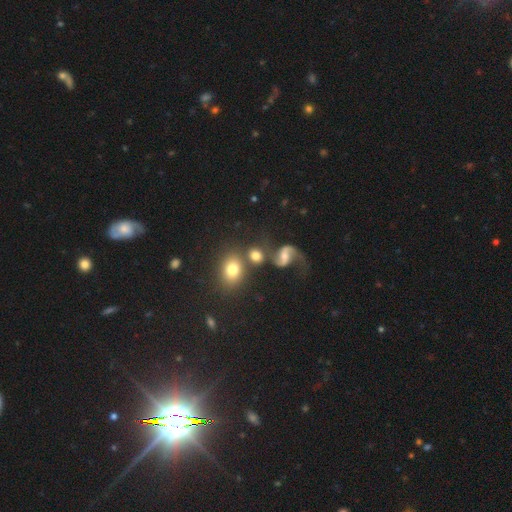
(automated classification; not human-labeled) Smooth or featured? Predicted: smooth (p=0.54). How rounded? Predicted: round (p=0.62). Merging? Predicted: none (p=0.56).